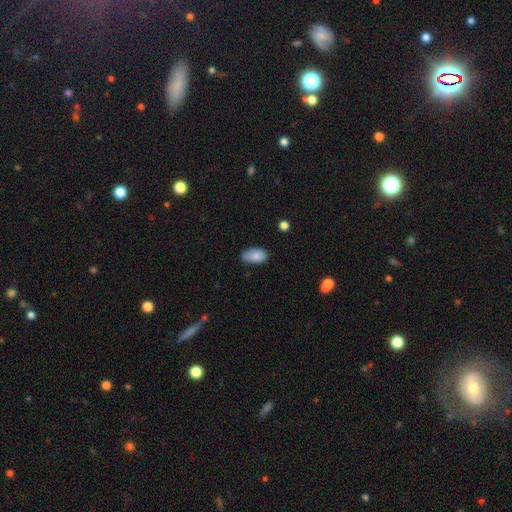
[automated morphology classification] smooth 85%, star or artifact 8%, featured or disk 7%. Down the decision tree: how rounded — in between (94%); merging — none (70%).